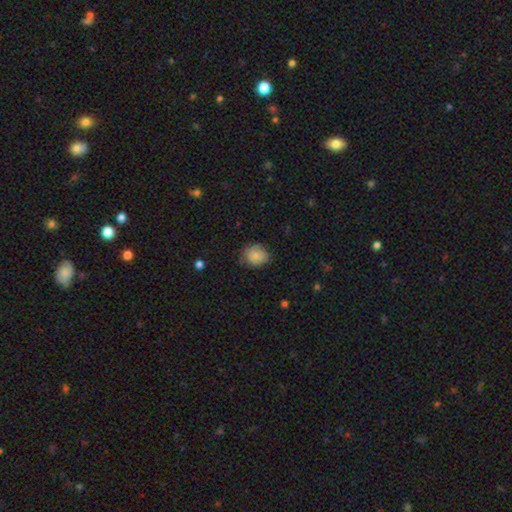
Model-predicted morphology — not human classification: A smooth galaxy with no disk features (78%) that is round (67%).

Vote fractions:
- Smooth or featured? smooth: 78% / featured or disk: 14% / star or artifact: 8%
- How rounded? round: 67% / in between: 32% / cigar-shaped: 1%
- Merging? none: 66% / minor disturbance: 27% / major disturbance: 6% / merger: 1%